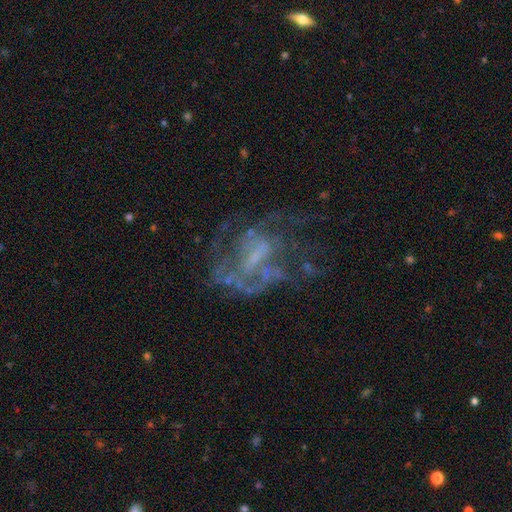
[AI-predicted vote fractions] Morphology: type=featured or disk (72%); edge-on=no (97%); bar=no (46%); spiral arms=yes (53%); bulge=none (46%); merging=none (41%).